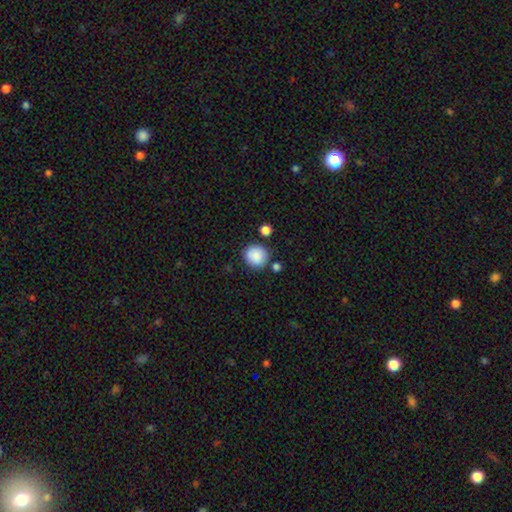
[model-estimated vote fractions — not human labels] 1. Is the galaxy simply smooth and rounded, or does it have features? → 88% smooth, 8% star or artifact, 4% featured or disk.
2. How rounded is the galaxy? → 88% round, 11% in between, 1% cigar-shaped.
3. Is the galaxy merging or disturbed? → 80% none, 11% minor disturbance, 6% merger, 3% major disturbance.